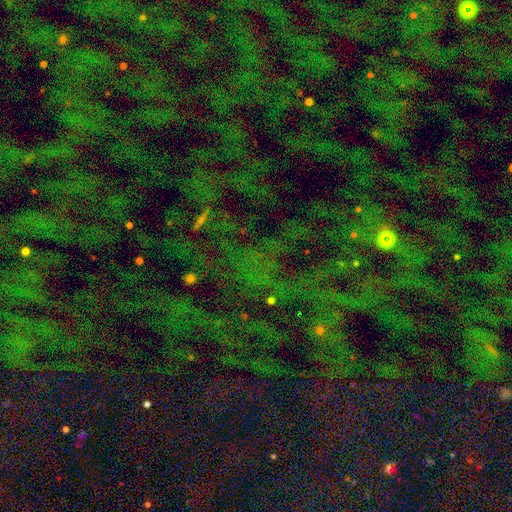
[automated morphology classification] Smooth or featured: star or artifact — 76% (smooth — 15%)